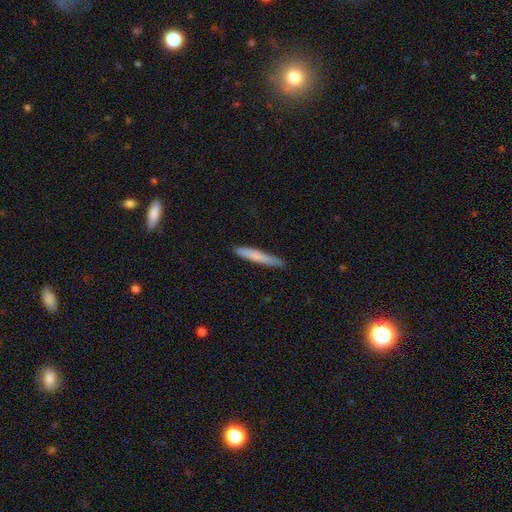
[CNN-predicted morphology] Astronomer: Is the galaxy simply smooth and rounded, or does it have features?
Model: smooth — 74%.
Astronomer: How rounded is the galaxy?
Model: cigar-shaped — 94%.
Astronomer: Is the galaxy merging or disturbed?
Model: none — 84%.